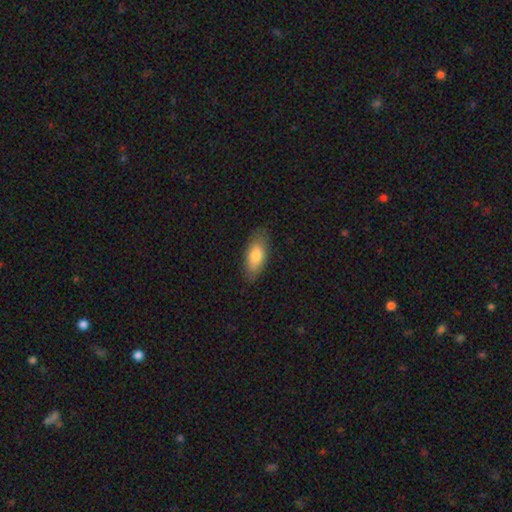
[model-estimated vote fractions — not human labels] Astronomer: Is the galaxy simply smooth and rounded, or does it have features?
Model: smooth — 80%.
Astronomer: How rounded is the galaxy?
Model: in between — 83%.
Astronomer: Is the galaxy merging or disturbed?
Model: none — 82%.